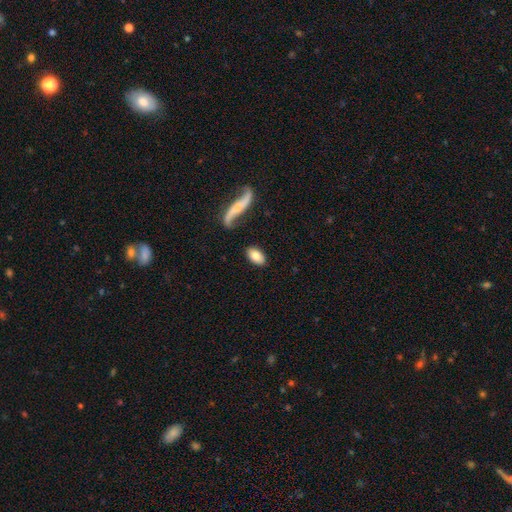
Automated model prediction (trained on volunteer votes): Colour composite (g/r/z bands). It shows a smooth galaxy with no disk features (77%) that is in between round and cigar-shaped (92%). Merging: none (83%).